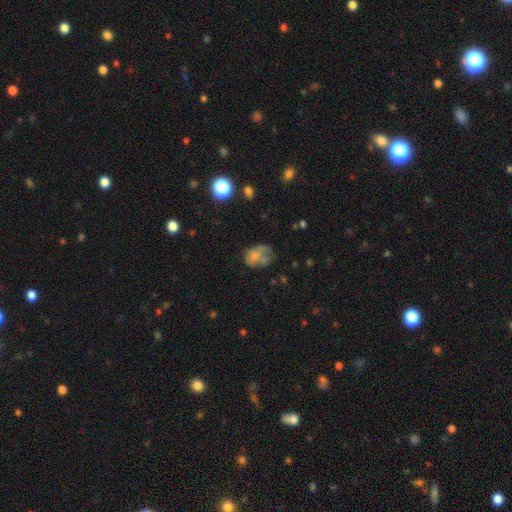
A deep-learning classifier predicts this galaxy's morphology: Smooth or featured: smooth — 56% (featured or disk — 32%)
How rounded: in between — 68% (round — 30%)
Merging: major disturbance — 30% (none — 29%)